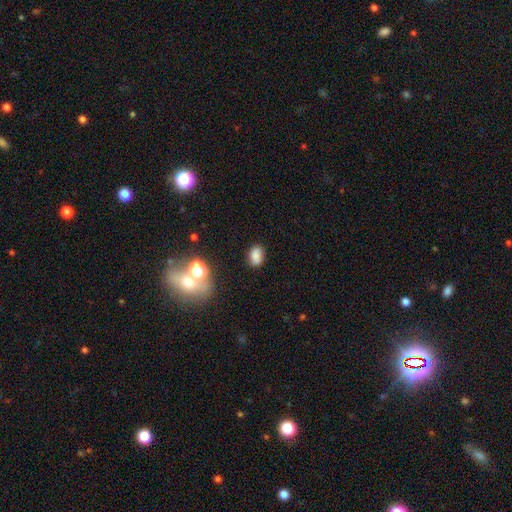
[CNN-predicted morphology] smooth 79%, star or artifact 13%, featured or disk 7%. Down the decision tree: how rounded — in between (81%); merging — none (79%).